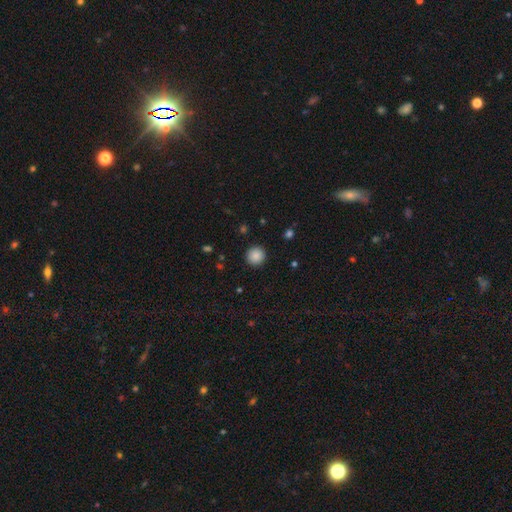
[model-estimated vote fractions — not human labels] Smooth or featured: smooth — 87% (star or artifact — 9%)
How rounded: round — 95% (in between — 4%)
Merging: none — 92% (minor disturbance — 5%)